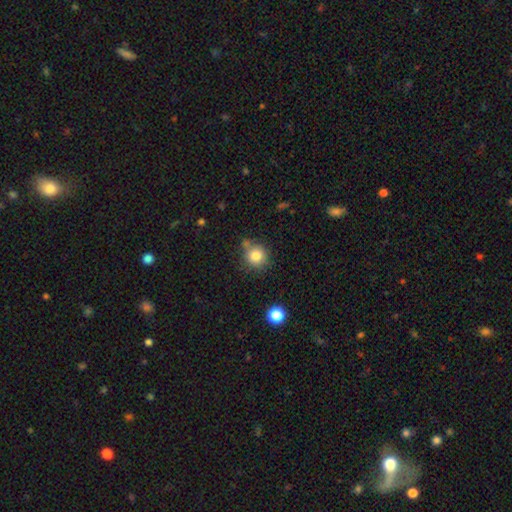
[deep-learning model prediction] Overall: smooth (82%). How rounded: round (90%). Merging: none (70%).